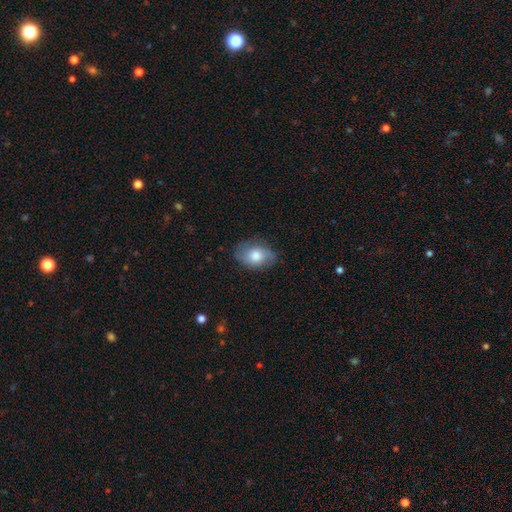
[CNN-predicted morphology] A smooth galaxy with no disk features (70%) that is in between round and cigar-shaped (79%).

Vote fractions:
- Smooth or featured? smooth: 70% / featured or disk: 23% / star or artifact: 7%
- How rounded? in between: 79% / round: 19% / cigar-shaped: 1%
- Merging? none: 73% / minor disturbance: 20% / major disturbance: 6% / merger: 1%